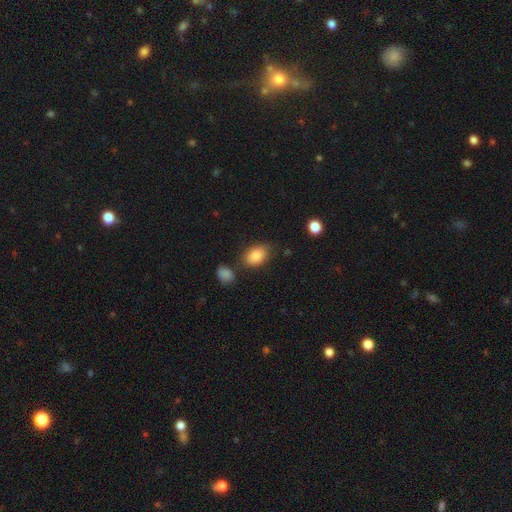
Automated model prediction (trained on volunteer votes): smooth-or-featured: smooth: 85% | star or artifact: 8% | featured or disk: 7%
  how-rounded: in between: 86% | round: 12% | cigar-shaped: 1%
  merging: none: 71% | minor disturbance: 17% | merger: 8% | major disturbance: 4%